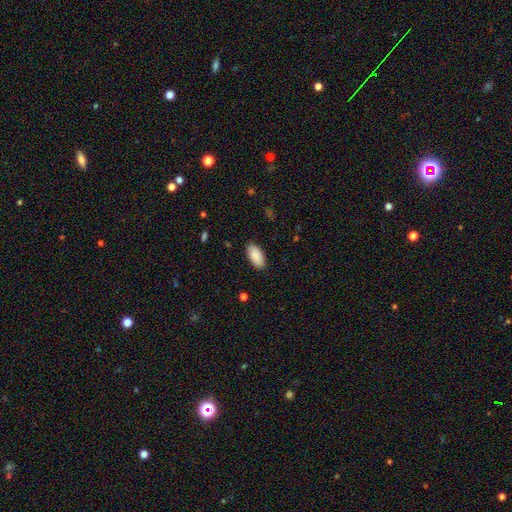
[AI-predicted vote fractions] Smooth or featured?
  - smooth: 90% *
  - star or artifact: 6%
  - featured or disk: 4%
How rounded?
  - in between: 93% *
  - cigar-shaped: 5%
  - round: 2%
Merging?
  - none: 88% *
  - minor disturbance: 9%
  - major disturbance: 2%
  - merger: 1%